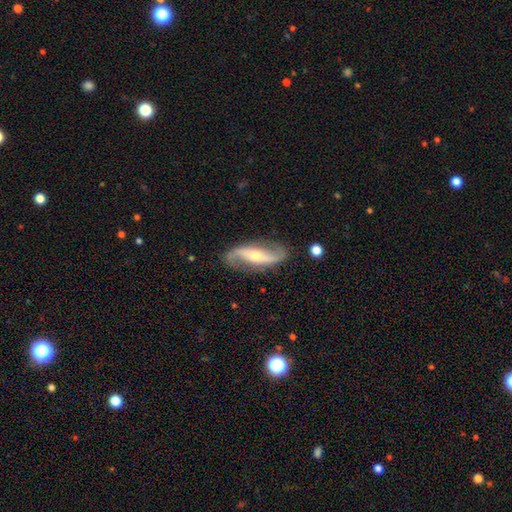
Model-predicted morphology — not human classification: Smooth or featured? featured or disk (87%)
Edge-on disk? no (92%)
Bar? no (35%, tied with strong)
Spiral arms? yes (96%)
Spiral winding? loose (66%)
Spiral arm count? 2 (93%)
Bulge size? moderate (54%)
Merging? none (82%)